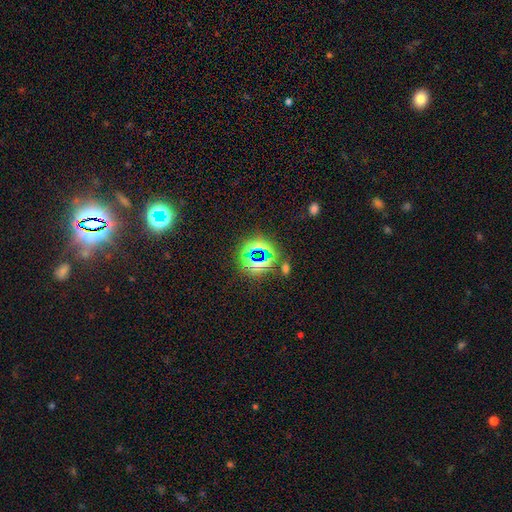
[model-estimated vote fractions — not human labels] smooth_or_featured: star or artifact (p=0.70) [alt: smooth p=0.20]